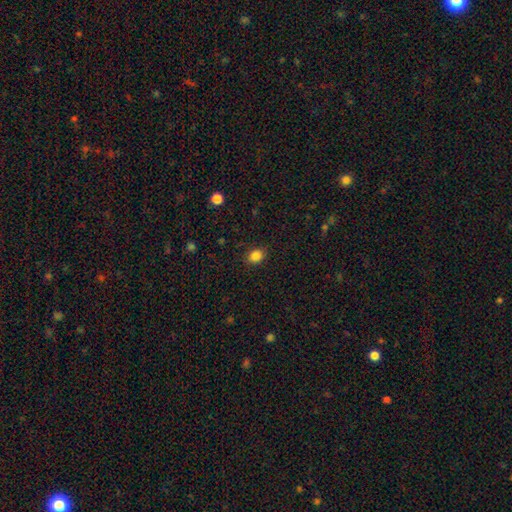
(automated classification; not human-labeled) smooth 85%, star or artifact 11%, featured or disk 4%. Down the decision tree: how rounded — in between (50%); merging — none (87%).